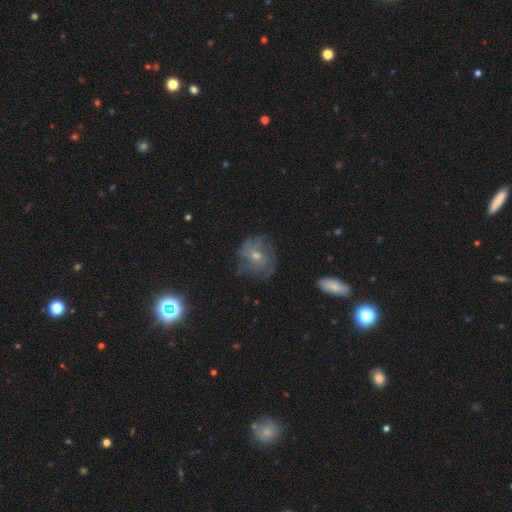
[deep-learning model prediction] Overall: featured or disk (62%; smooth 23%). Edge-on disk: no (96%). Bar: no (71%). Spiral arms: yes (82%). Bulge size: small (51%; moderate 45%). Merging: none (70%).